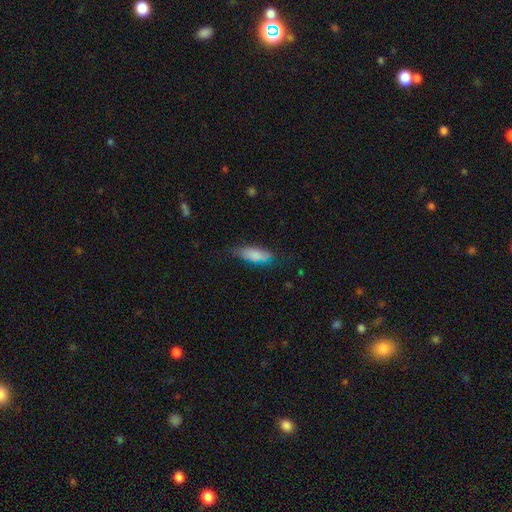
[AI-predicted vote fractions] Q: Smooth or featured?
A: smooth (76%); runner-up: featured or disk (15%)
Q: How rounded?
A: in between (73%); runner-up: cigar-shaped (25%)
Q: Merging?
A: none (60%); runner-up: minor disturbance (27%)